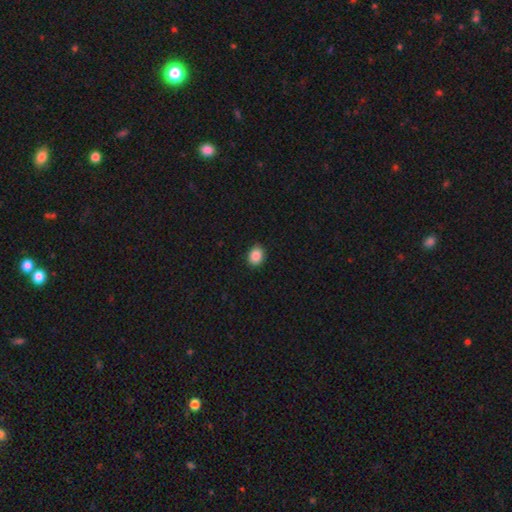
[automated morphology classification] Smooth or featured?
  - smooth: 88% *
  - star or artifact: 9%
  - featured or disk: 3%
How rounded?
  - in between: 50% *
  - round: 49%
  - cigar-shaped: 1%
Merging?
  - none: 89% *
  - minor disturbance: 8%
  - major disturbance: 2%
  - merger: 1%